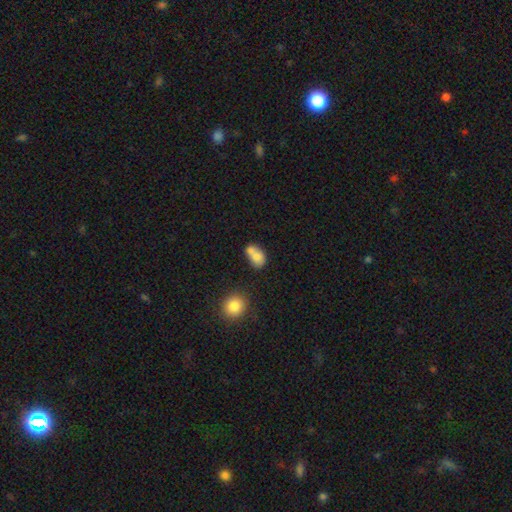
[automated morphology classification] Smooth or featured: smooth — 74% (featured or disk — 17%)
How rounded: in between — 65% (round — 34%)
Merging: merger — 54% (none — 30%)